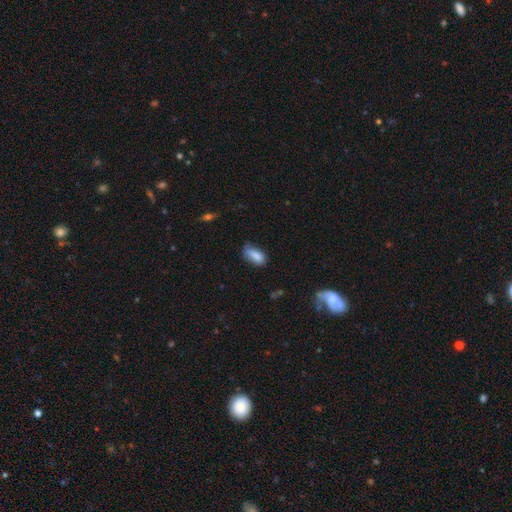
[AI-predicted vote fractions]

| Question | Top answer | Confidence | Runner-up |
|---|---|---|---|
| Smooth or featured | smooth | 82% | featured or disk (10%) |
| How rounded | in between | 84% | cigar-shaped (13%) |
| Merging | none | 50% | minor disturbance (37%) |